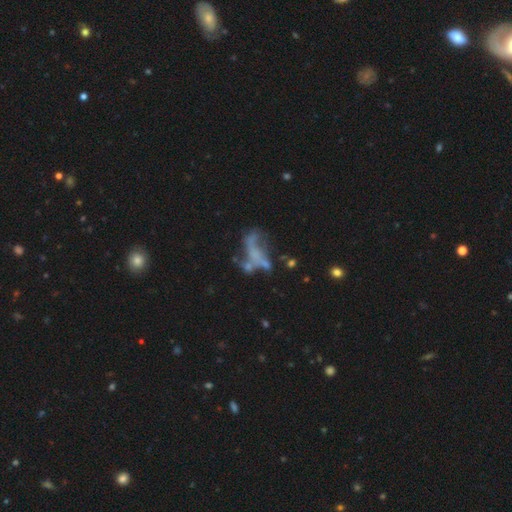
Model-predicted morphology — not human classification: This appears to be a featured or disk galaxy (55%) with no bar (82%), no spiral arms (80%) and no central bulge (78%). Merging: major disturbance (34%).